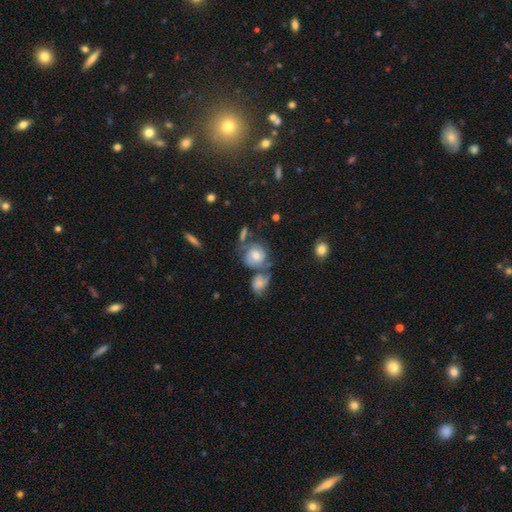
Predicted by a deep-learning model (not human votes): This appears to be a featured or disk galaxy (45%). Merging: none (42%).